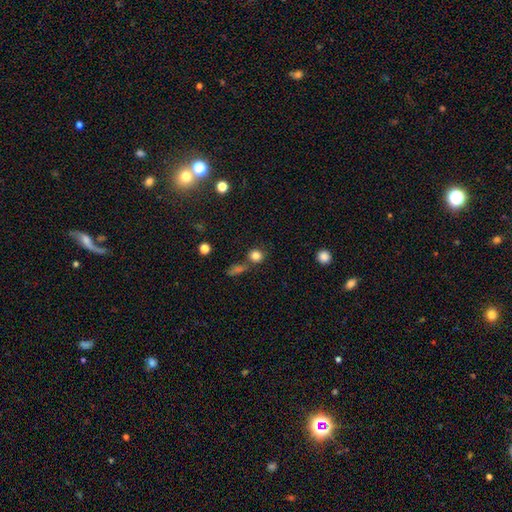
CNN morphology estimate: A smooth galaxy with no disk features (82%) that is round (87%).

Vote fractions:
- Smooth or featured? smooth: 82% / star or artifact: 12% / featured or disk: 6%
- How rounded? round: 87% / in between: 11% / cigar-shaped: 1%
- Merging? none: 72% / merger: 14% / minor disturbance: 10% / major disturbance: 4%